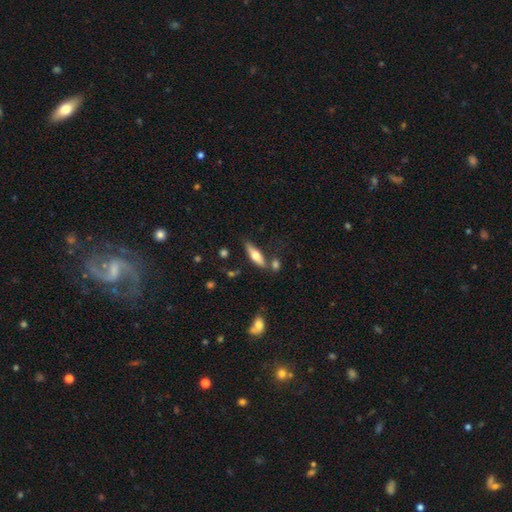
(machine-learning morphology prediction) smooth 55%, featured or disk 39%, star or artifact 6%. Down the decision tree: how rounded — cigar-shaped (53%); merging — none (70%).